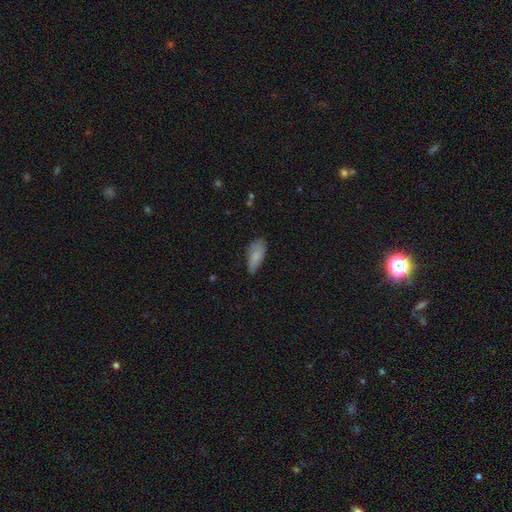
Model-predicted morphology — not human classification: A smooth galaxy with no disk features (82%) that is in between round and cigar-shaped (82%). Merging: none (62%).